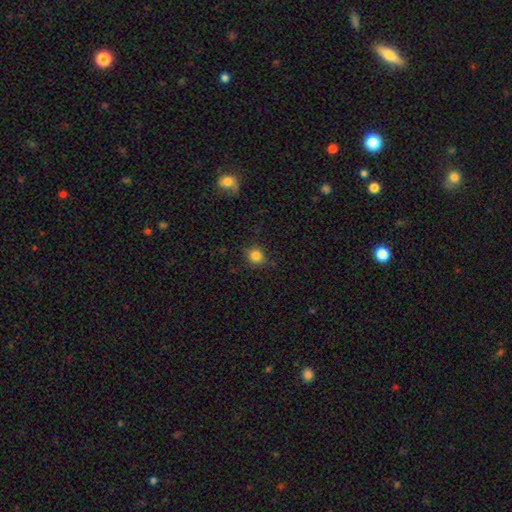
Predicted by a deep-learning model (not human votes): smooth 82%, star or artifact 12%, featured or disk 6%. Down the decision tree: how rounded — round (87%); merging — none (82%).